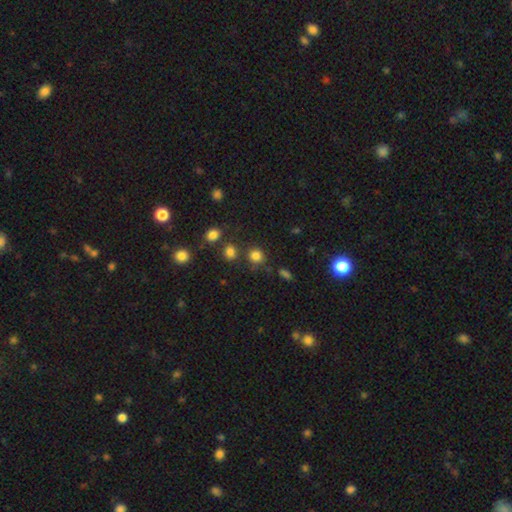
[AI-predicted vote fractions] Overall: smooth (80%). How rounded: round (82%). Merging: none (75%).